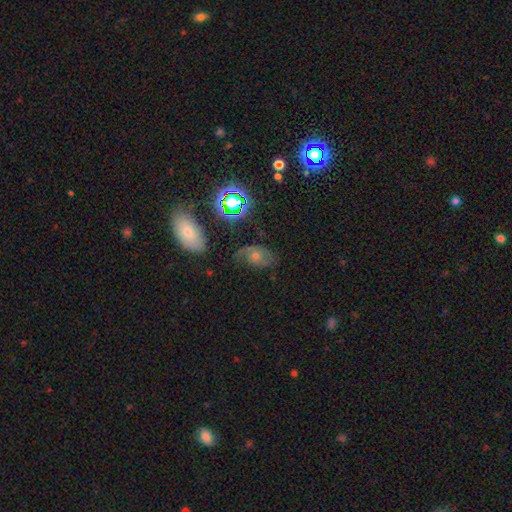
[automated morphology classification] smooth-or-featured: featured or disk: 46% | smooth: 28% | star or artifact: 26%
  merging: none: 56% | minor disturbance: 24% | major disturbance: 16% | merger: 4%